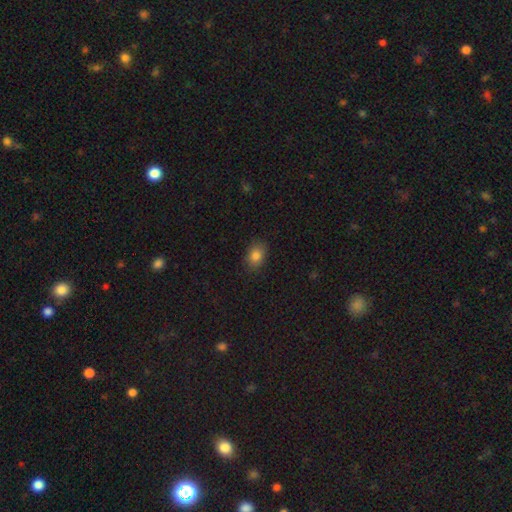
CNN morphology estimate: smooth 83%, star or artifact 11%, featured or disk 6%. Down the decision tree: how rounded — in between (75%); merging — none (84%).